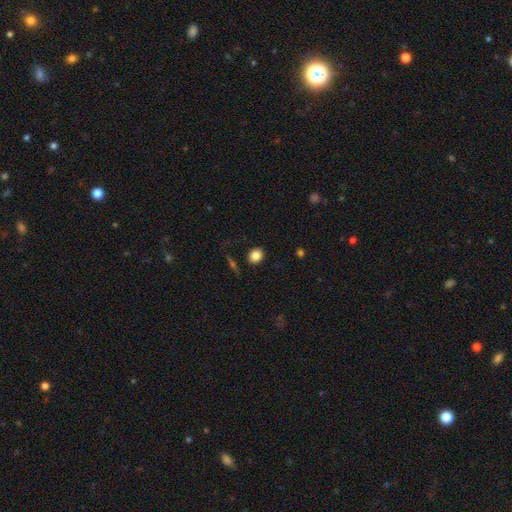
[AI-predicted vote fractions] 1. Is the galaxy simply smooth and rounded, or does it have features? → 84% smooth, 9% star or artifact, 7% featured or disk.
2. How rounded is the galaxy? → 60% round, 38% in between, 1% cigar-shaped.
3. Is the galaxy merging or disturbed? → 87% none, 8% minor disturbance, 3% major disturbance, 2% merger.